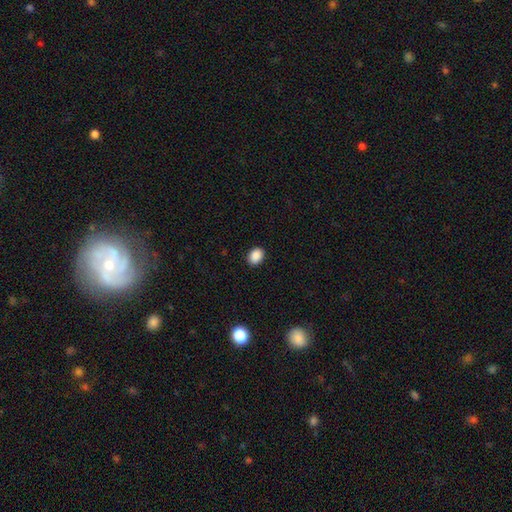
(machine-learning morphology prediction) Smooth or featured: smooth — 89% (star or artifact — 8%)
How rounded: in between — 66% (round — 33%)
Merging: none — 90% (minor disturbance — 7%)